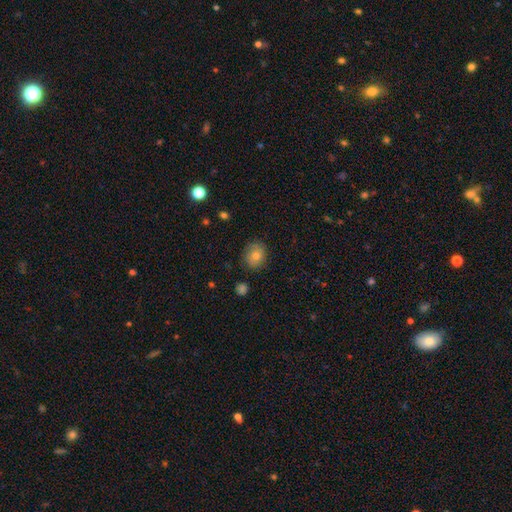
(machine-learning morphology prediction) Smooth or featured? Predicted: smooth (p=0.75). How rounded? Predicted: round (p=0.58). Merging? Predicted: none (p=0.84).